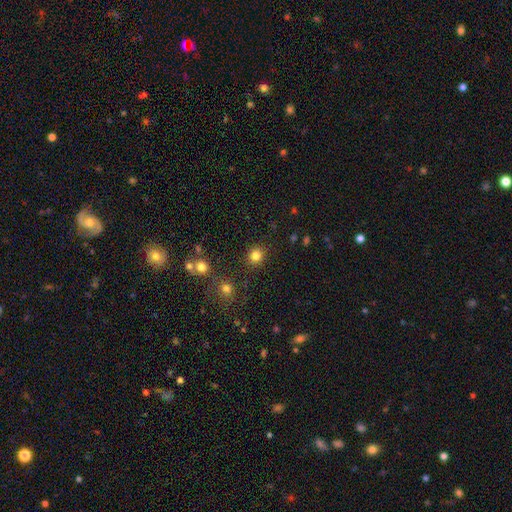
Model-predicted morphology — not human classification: Smooth or featured? smooth (82%)
How rounded? round (88%)
Merging? none (89%)